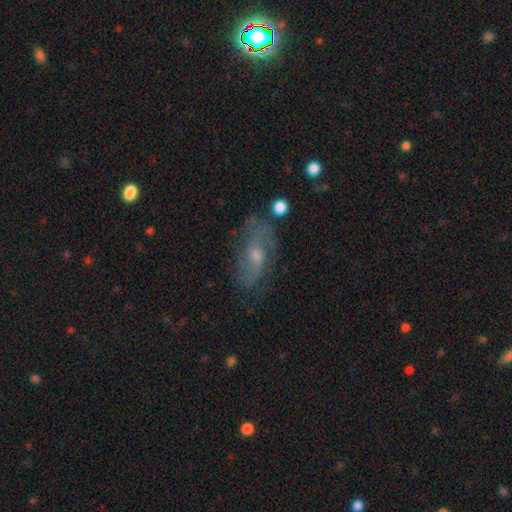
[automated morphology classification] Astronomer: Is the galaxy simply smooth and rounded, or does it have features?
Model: featured or disk — 68%.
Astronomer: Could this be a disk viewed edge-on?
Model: no — 90%.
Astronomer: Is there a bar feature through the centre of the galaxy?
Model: no — 60%.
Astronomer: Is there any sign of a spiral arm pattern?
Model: yes — 84%.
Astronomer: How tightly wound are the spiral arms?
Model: medium — 43% (runner-up: loose, 34%).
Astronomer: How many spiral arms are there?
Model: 2 — 67%.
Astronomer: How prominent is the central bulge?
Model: moderate — 52% (runner-up: small, 41%).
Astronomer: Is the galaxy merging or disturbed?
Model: none — 68%.